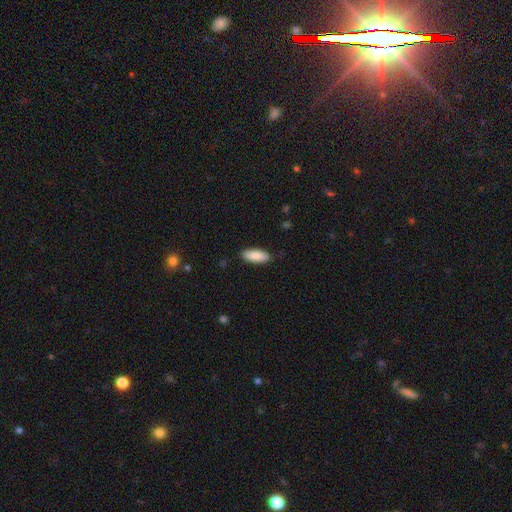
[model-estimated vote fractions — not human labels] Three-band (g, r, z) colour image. It shows a smooth galaxy with no disk features (88%) that is in between round and cigar-shaped (77%). Merging: none (88%).